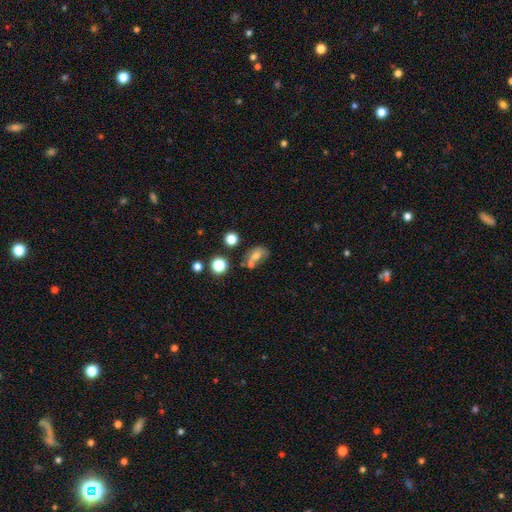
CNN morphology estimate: The model was most divided on "merging": none: 41%, merger: 31%, minor disturbance: 18%, major disturbance: 10%. More confident: how rounded — in between (72%); smooth or featured — smooth (65%).